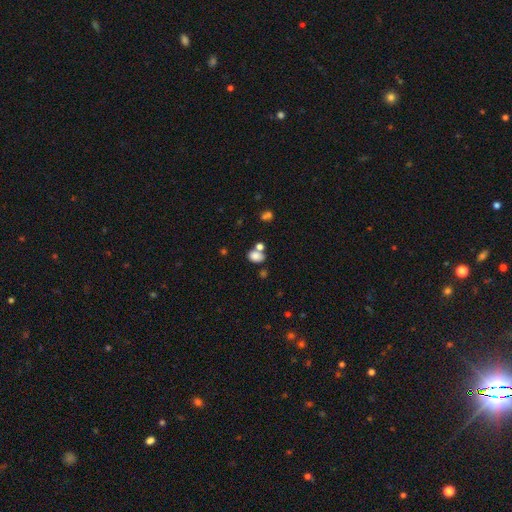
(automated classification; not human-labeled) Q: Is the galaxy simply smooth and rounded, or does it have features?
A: smooth — 80%.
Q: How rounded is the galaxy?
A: in between — 76%.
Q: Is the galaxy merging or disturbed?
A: none — 49%.